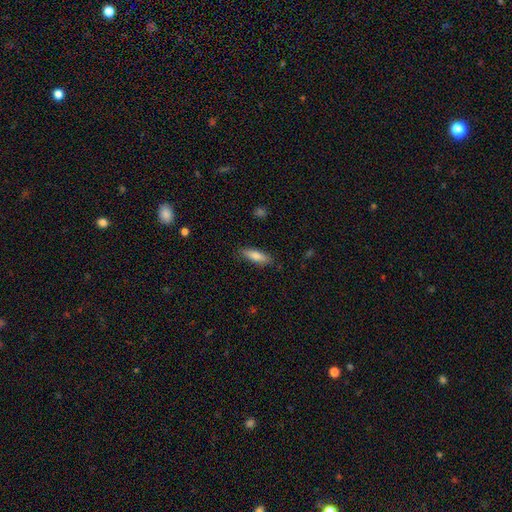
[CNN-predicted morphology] Smooth or featured: smooth — 78% (featured or disk — 15%)
How rounded: cigar-shaped — 54% (in between — 44%)
Merging: none — 85% (minor disturbance — 11%)